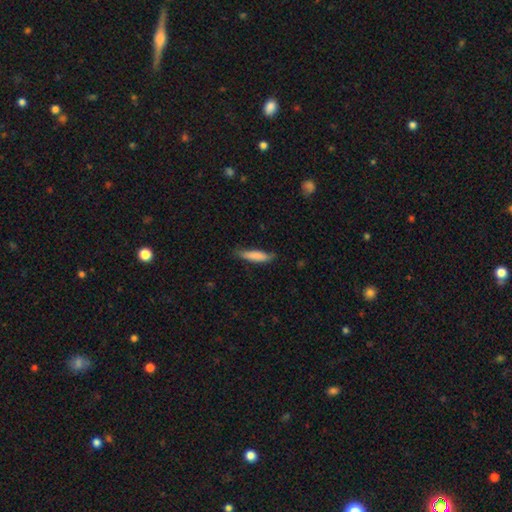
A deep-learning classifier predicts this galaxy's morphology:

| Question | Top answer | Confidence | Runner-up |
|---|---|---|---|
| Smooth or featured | smooth | 82% | featured or disk (12%) |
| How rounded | cigar-shaped | 74% | in between (25%) |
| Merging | none | 71% | minor disturbance (23%) |